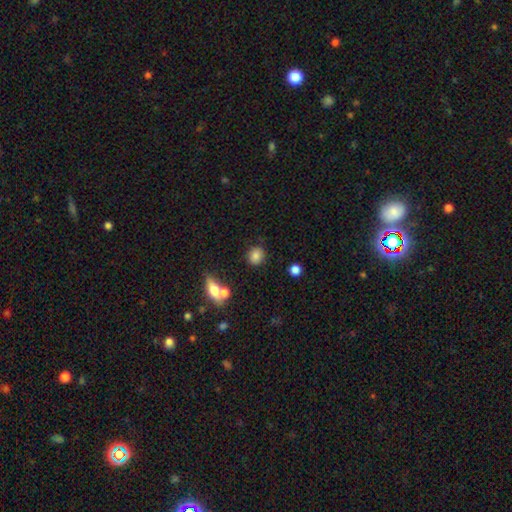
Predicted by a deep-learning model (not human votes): Smooth or featured? Predicted: smooth (p=0.82). How rounded? Predicted: round (p=0.75). Merging? Predicted: none (p=0.82).